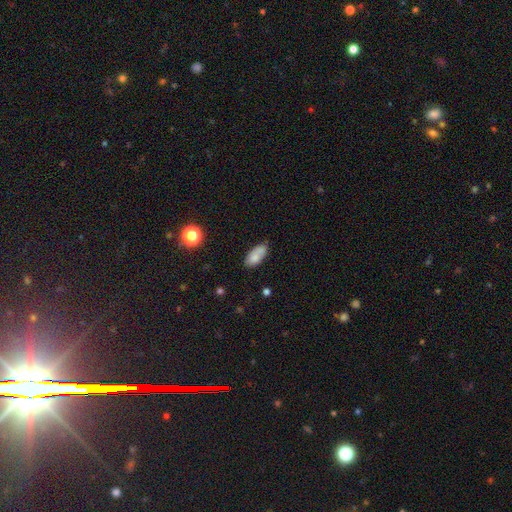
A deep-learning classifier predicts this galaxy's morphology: smooth_or_featured: smooth (p=0.77) [alt: featured or disk p=0.15]
how_rounded: in between (p=0.89) [alt: cigar-shaped p=0.08]
merging: none (p=0.66) [alt: minor disturbance p=0.22]